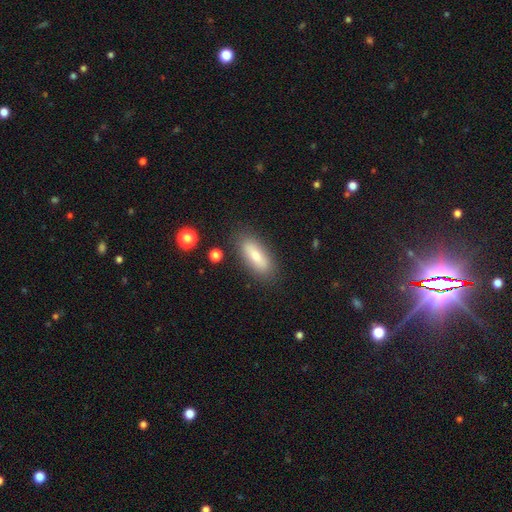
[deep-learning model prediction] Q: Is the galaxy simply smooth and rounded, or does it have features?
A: smooth — 71%.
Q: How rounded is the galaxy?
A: in between — 69%.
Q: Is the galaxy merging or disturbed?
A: none — 82%.